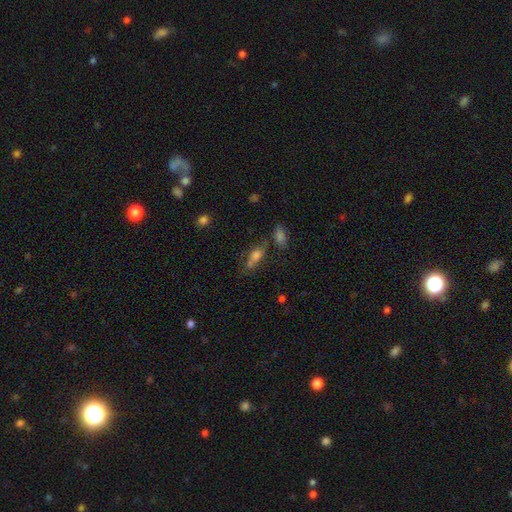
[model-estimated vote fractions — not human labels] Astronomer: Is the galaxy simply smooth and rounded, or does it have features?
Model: smooth — 61%.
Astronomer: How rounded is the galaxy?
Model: in between — 68%.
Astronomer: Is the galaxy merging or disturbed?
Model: none — 48%.